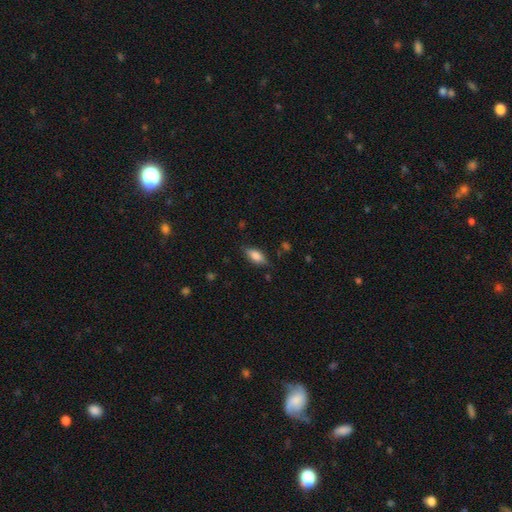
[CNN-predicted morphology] This appears to be a smooth galaxy with no disk features (78%) that is in between round and cigar-shaped (82%). Merging: none (79%).